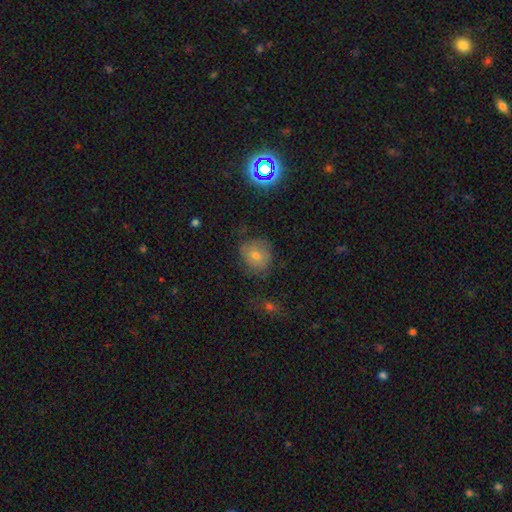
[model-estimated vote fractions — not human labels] Overall: smooth (58%; featured or disk 22%). How rounded: round (78%). Merging: none (67%).